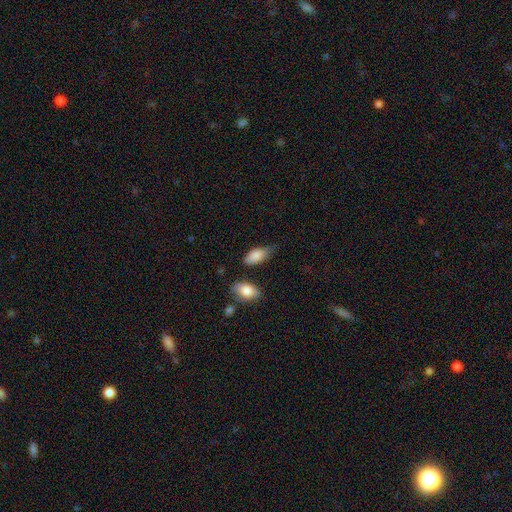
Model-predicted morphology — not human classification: A smooth galaxy with no disk features (86%) that is in between round and cigar-shaped (92%).

Vote fractions:
- Smooth or featured? smooth: 86% / featured or disk: 7% / star or artifact: 7%
- How rounded? in between: 92% / cigar-shaped: 5% / round: 3%
- Merging? none: 48% / minor disturbance: 39% / major disturbance: 8% / merger: 5%